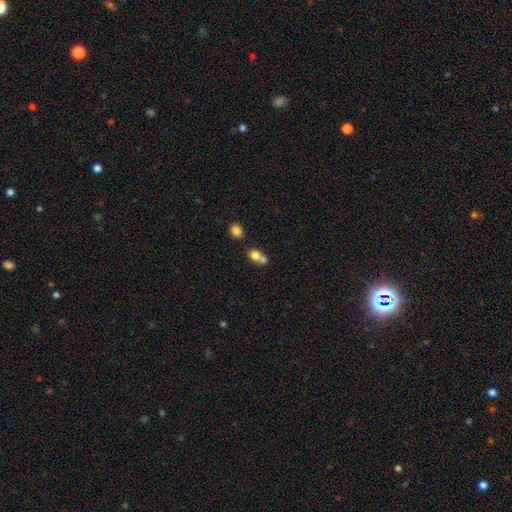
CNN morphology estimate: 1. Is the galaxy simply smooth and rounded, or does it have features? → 78% smooth, 12% featured or disk, 11% star or artifact.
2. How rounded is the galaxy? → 56% round, 43% in between, 2% cigar-shaped.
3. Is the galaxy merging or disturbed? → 58% merger, 32% none, 7% minor disturbance, 3% major disturbance.